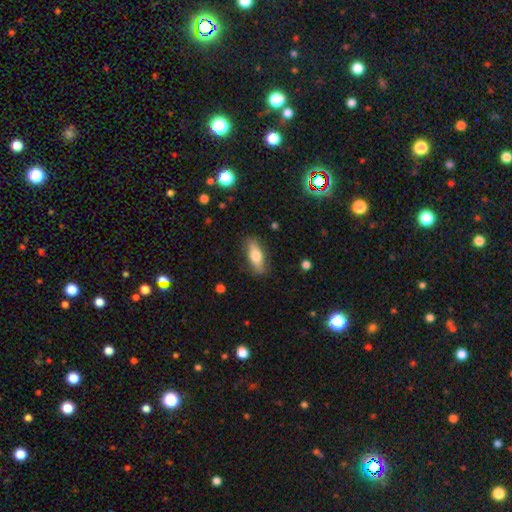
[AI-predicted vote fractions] A smooth galaxy with no disk features (69%) that is in between round and cigar-shaped (67%).

Vote fractions:
- Smooth or featured? smooth: 69% / featured or disk: 25% / star or artifact: 6%
- How rounded? in between: 67% / cigar-shaped: 30% / round: 3%
- Merging? none: 83% / minor disturbance: 13% / major disturbance: 3% / merger: 1%